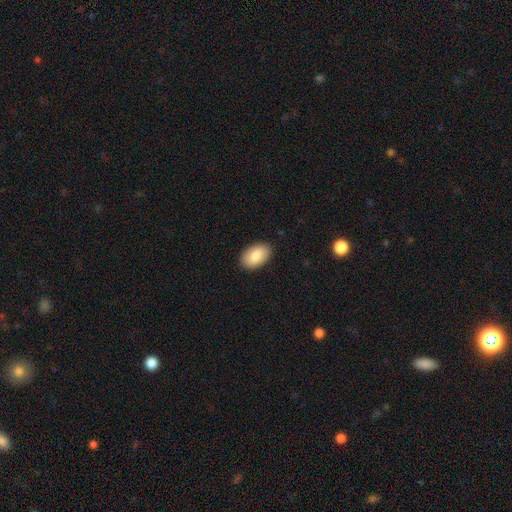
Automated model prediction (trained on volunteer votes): smooth 86%, featured or disk 8%, star or artifact 6%. Down the decision tree: how rounded — in between (94%); merging — none (89%).